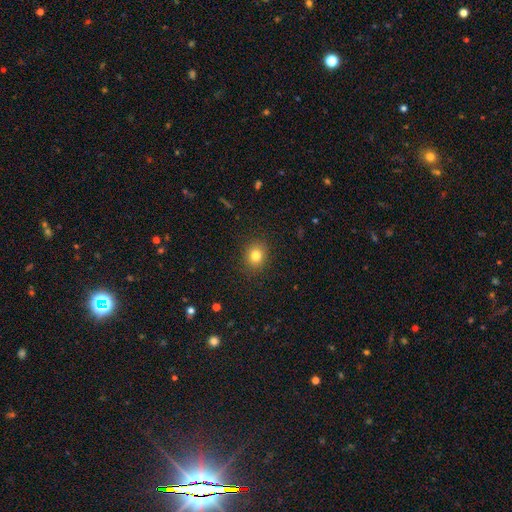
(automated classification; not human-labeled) This is clearly a smooth galaxy (80%). How rounded: likely round (68%). Merging: clearly none (89%).